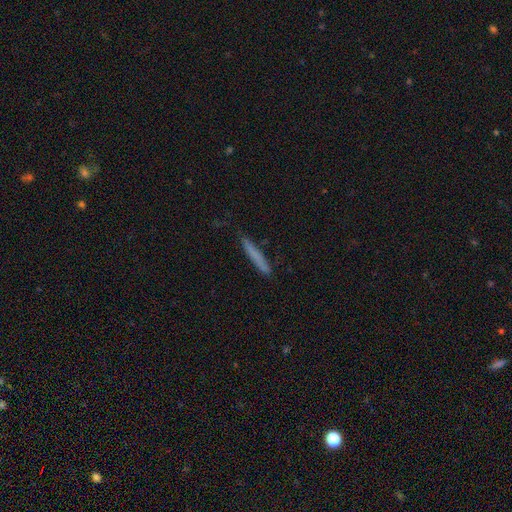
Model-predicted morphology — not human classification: A smooth galaxy with no disk features (71%) that is cigar-shaped (96%).

Vote fractions:
- Smooth or featured? smooth: 71% / featured or disk: 22% / star or artifact: 7%
- How rounded? cigar-shaped: 96% / in between: 3% / round: 1%
- Merging? none: 84% / minor disturbance: 12% / major disturbance: 2% / merger: 1%